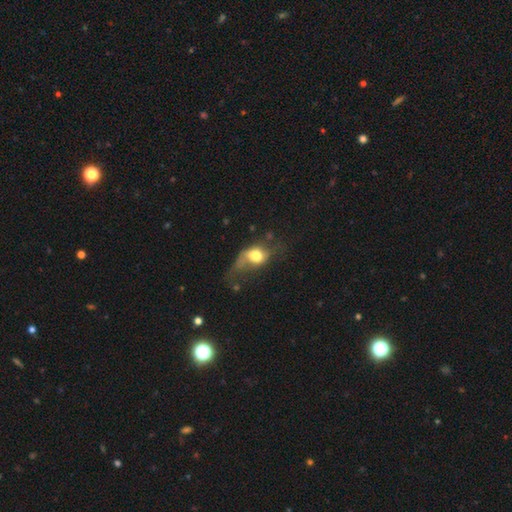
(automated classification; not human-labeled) Smooth or featured: smooth — 58% (featured or disk — 33%)
How rounded: in between — 63% (round — 33%)
Merging: major disturbance — 47% (minor disturbance — 24%)